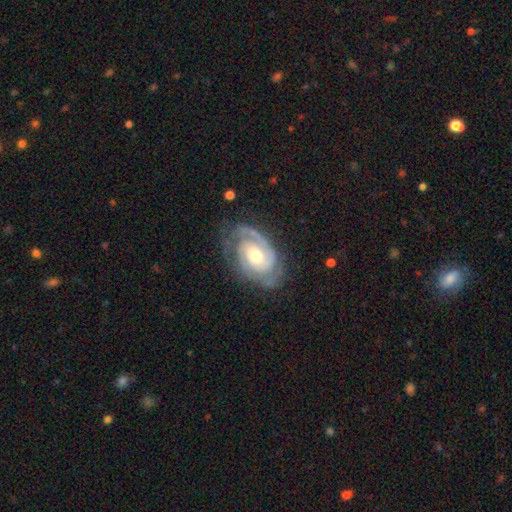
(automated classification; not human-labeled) Q: Smooth or featured?
A: featured or disk (89%); runner-up: smooth (6%)
Q: Edge-on disk?
A: no (97%); runner-up: yes (3%)
Q: Bar?
A: no (55%); runner-up: weak (36%)
Q: Spiral arms?
A: yes (97%); runner-up: no (3%)
Q: Spiral winding?
A: tight (66%); runner-up: medium (29%)
Q: Spiral arm count?
A: 2 (53%); runner-up: 3 (20%)
Q: Bulge size?
A: moderate (66%); runner-up: small (25%)
Q: Merging?
A: none (73%); runner-up: minor disturbance (18%)